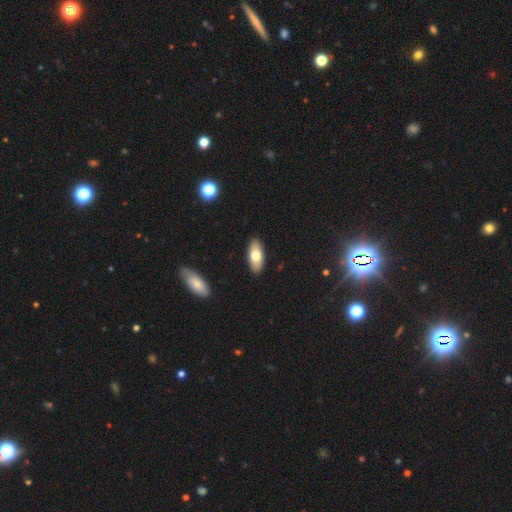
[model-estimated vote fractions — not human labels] Smooth or featured?
  - smooth: 75% *
  - featured or disk: 19%
  - star or artifact: 6%
How rounded?
  - in between: 87% *
  - cigar-shaped: 11%
  - round: 2%
Merging?
  - none: 89% *
  - minor disturbance: 8%
  - major disturbance: 2%
  - merger: 1%